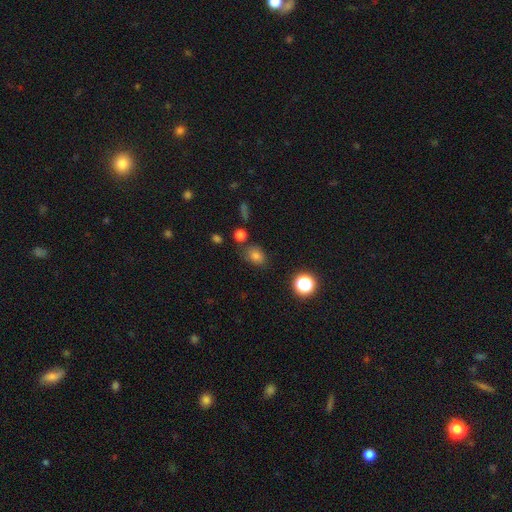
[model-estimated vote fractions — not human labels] smooth 76%, star or artifact 16%, featured or disk 8%. Down the decision tree: how rounded — in between (61%); merging — none (72%).